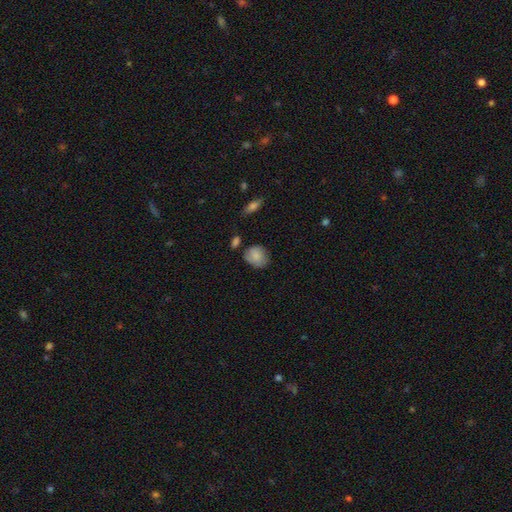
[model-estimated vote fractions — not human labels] Smooth or featured? Predicted: smooth (p=0.83). How rounded? Predicted: round (p=0.59). Merging? Predicted: none (p=0.62).